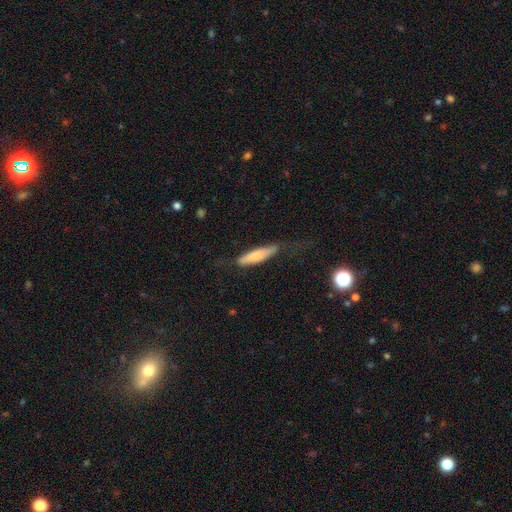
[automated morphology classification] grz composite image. It shows a smooth galaxy with no disk features (74%) that is cigar-shaped (75%). Merging: none (54%).